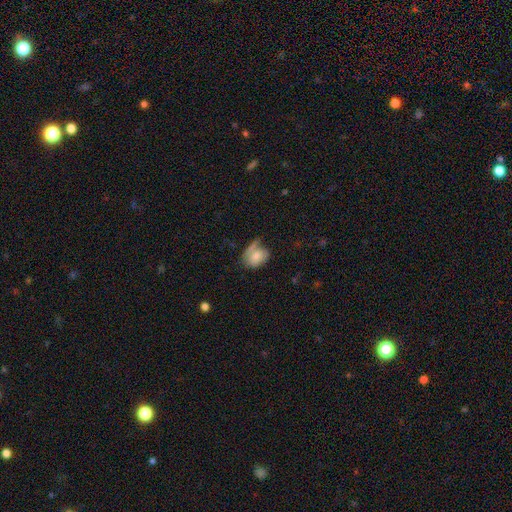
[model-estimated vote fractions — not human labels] smooth-or-featured: smooth: 71% | featured or disk: 21% | star or artifact: 8%
  how-rounded: in between: 71% | round: 27% | cigar-shaped: 2%
  merging: none: 44% | minor disturbance: 24% | merger: 18% | major disturbance: 14%